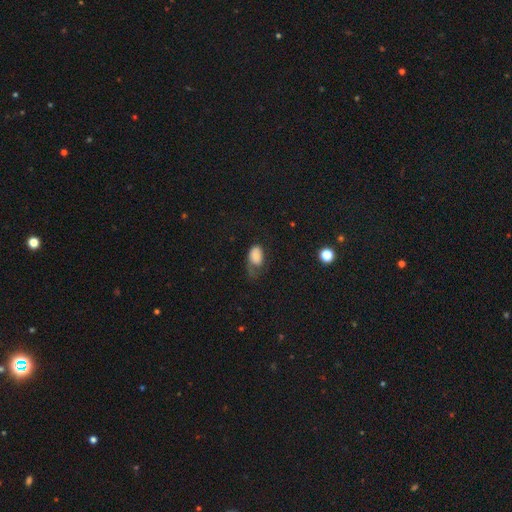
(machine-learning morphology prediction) smooth_or_featured: smooth (p=0.74) [alt: featured or disk p=0.16]
how_rounded: in between (p=0.88) [alt: round p=0.10]
merging: major disturbance (p=0.42) [alt: minor disturbance p=0.29]